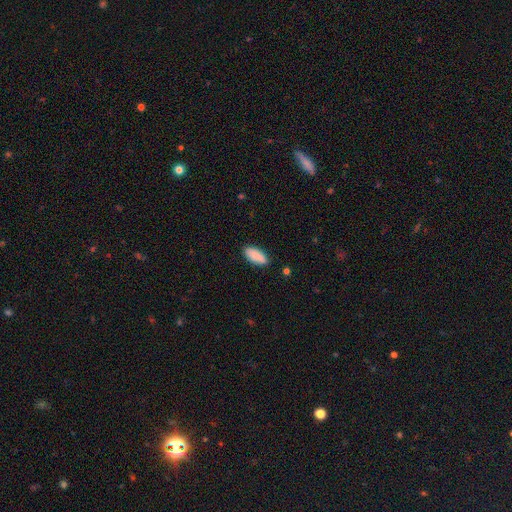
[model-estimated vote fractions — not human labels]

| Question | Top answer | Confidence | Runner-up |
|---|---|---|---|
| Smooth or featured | smooth | 90% | star or artifact (6%) |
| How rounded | in between | 87% | cigar-shaped (11%) |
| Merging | none | 86% | minor disturbance (11%) |